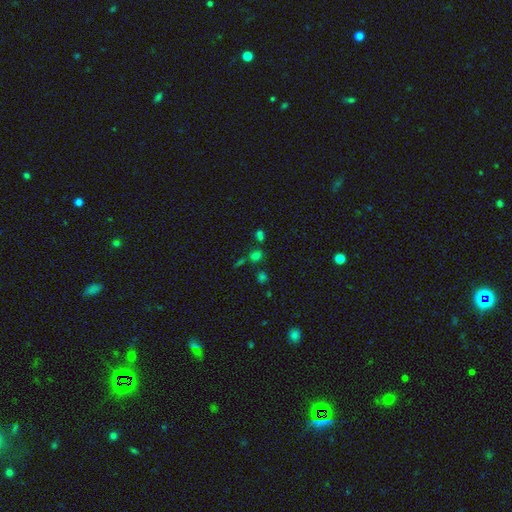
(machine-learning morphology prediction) This appears to be a smooth galaxy with no disk features (59%) that is round (71%). Merging: none (66%).